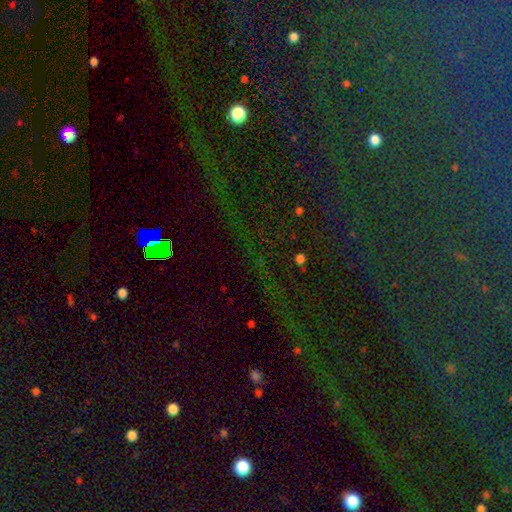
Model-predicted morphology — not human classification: smooth-or-featured: star or artifact: 83% | smooth: 9% | featured or disk: 8%